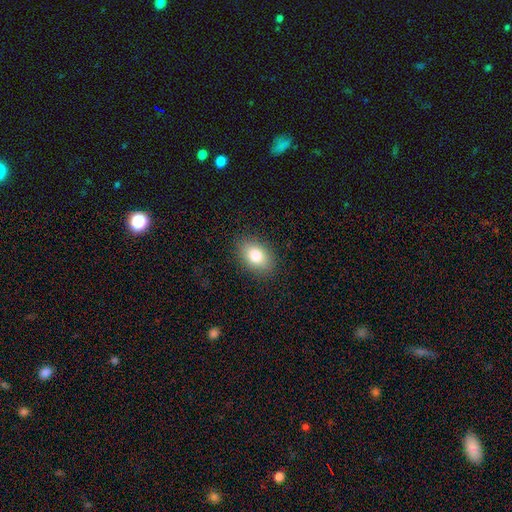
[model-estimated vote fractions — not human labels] smooth_or_featured: smooth (p=0.81) [alt: featured or disk p=0.10]
how_rounded: in between (p=0.84) [alt: round p=0.14]
merging: none (p=0.87) [alt: minor disturbance p=0.09]